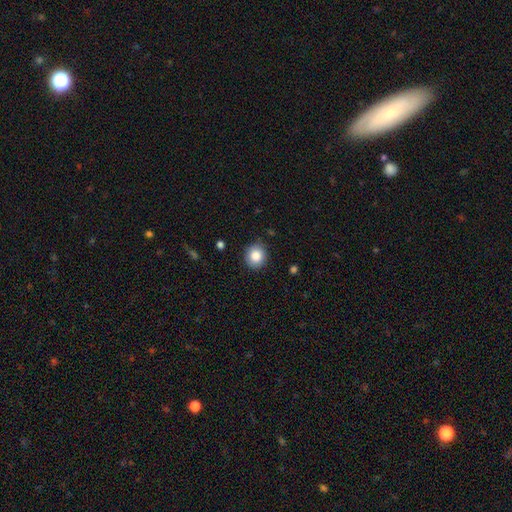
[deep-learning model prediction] Smooth or featured: smooth — 86% (star or artifact — 9%)
How rounded: round — 82% (in between — 17%)
Merging: none — 86% (minor disturbance — 10%)